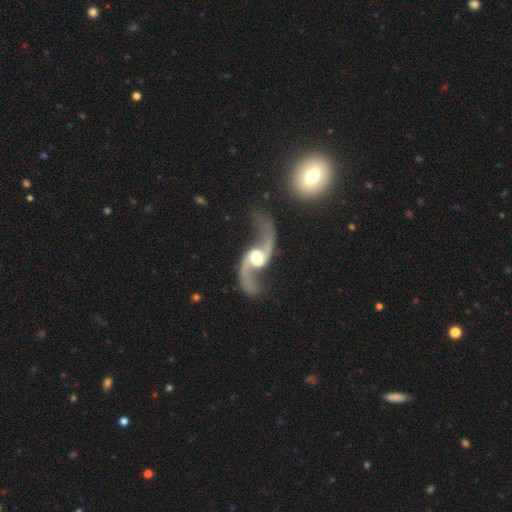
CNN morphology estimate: This is clearly a featured or disk galaxy (93%). It is clearly not viewed edge-on (97%). Bar: possibly no (48%). Spiral arm pattern: clearly yes (98%). Spiral arm count: clearly 2 (95%). Spiral winding: clearly loose (84%). Central bulge: likely moderate (65%). Merging: likely none (73%).